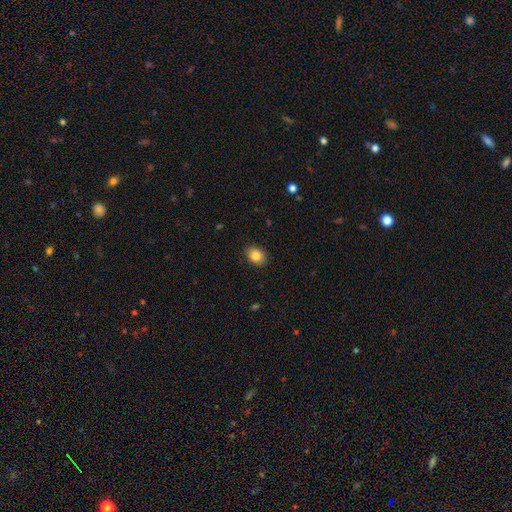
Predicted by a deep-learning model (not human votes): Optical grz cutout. It shows a smooth galaxy with no disk features (86%) that is in between round and cigar-shaped (59%). Merging: none (88%).